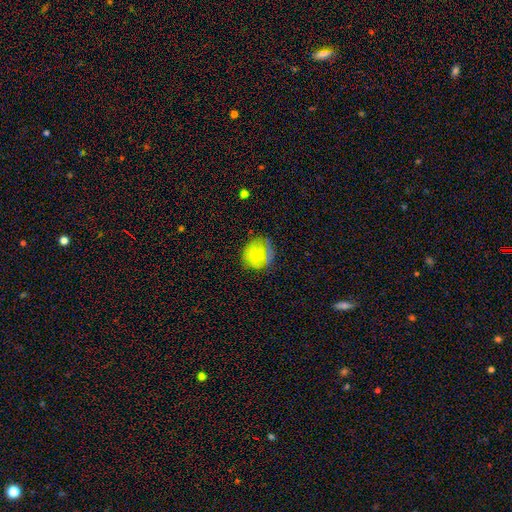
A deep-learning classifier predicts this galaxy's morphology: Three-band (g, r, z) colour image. It shows a smooth galaxy with no disk features (71%) that is round (86%). Merging: none (74%).